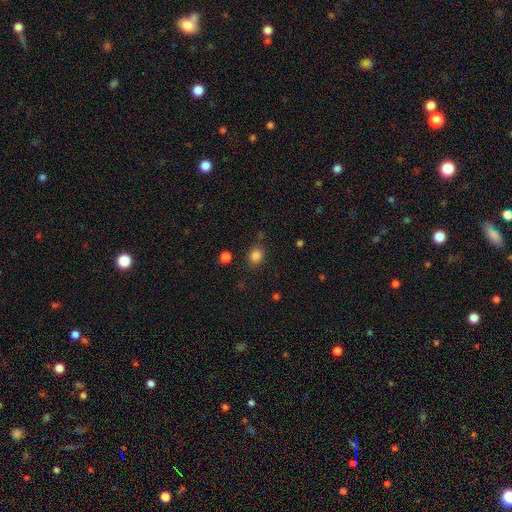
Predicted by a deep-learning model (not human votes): This appears to be a smooth galaxy with no disk features (84%) that is round (62%). Merging: none (80%).